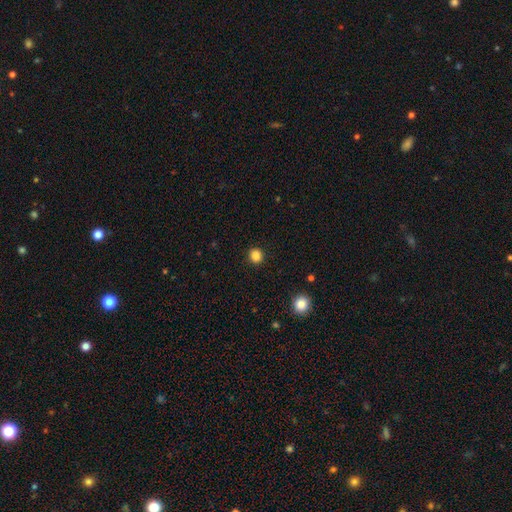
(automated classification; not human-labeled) smooth 85%, star or artifact 11%, featured or disk 3%. Down the decision tree: how rounded — round (87%); merging — none (92%).